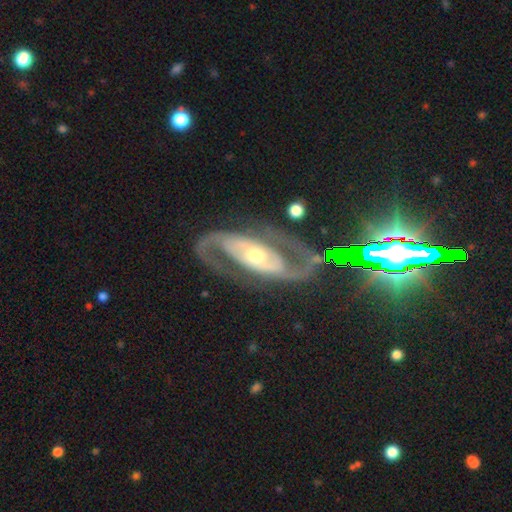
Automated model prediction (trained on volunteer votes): A featured or disk galaxy (87%) with no bar (56%), 2 (89%) medium (47%) spiral arms (88%) and a moderate central bulge (62%). Merging: none (72%).